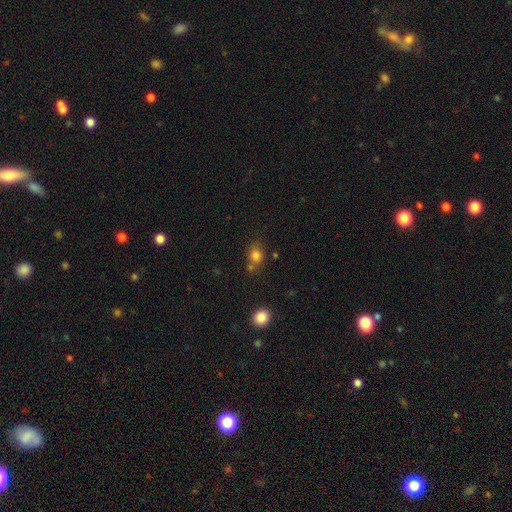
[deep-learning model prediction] Morphology: type=smooth (79%); roundness=round (54%); merging=none (63%).